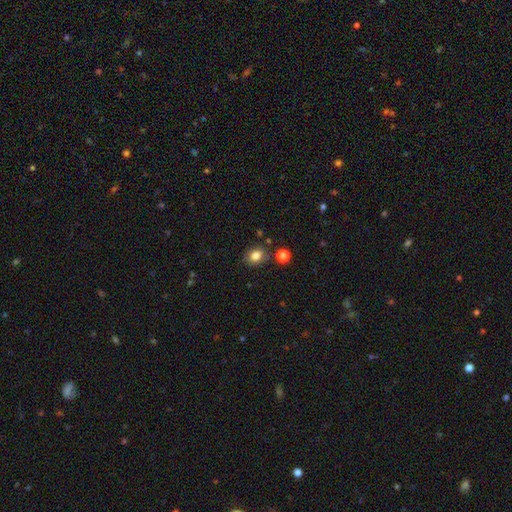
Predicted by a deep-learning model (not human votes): smooth_or_featured: smooth (p=0.82) [alt: star or artifact p=0.11]
how_rounded: in between (p=0.58) [alt: round p=0.41]
merging: none (p=0.78) [alt: minor disturbance p=0.13]